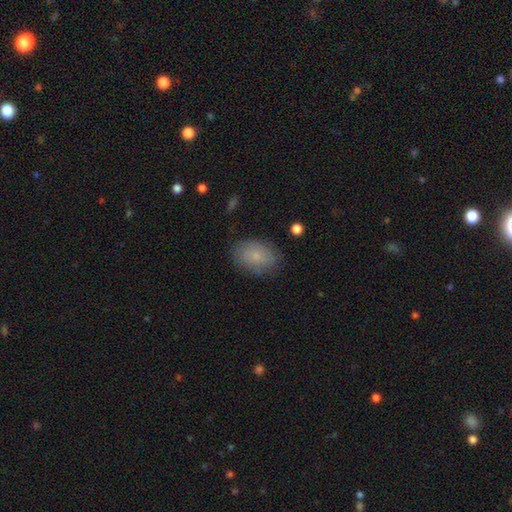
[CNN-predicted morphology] Smooth or featured? smooth (78%)
How rounded? in between (81%)
Merging? none (81%)